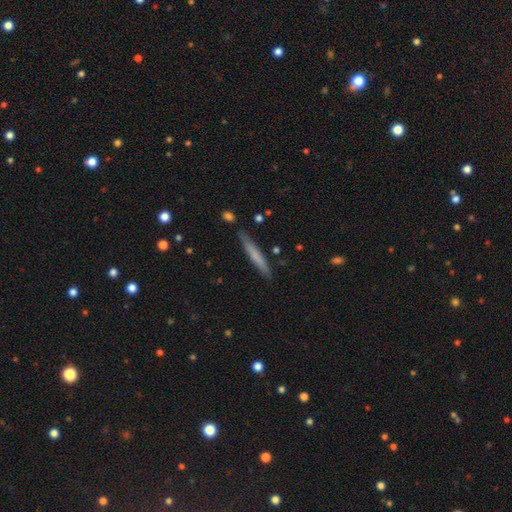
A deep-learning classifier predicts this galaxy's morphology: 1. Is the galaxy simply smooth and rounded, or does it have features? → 63% smooth, 31% featured or disk, 6% star or artifact.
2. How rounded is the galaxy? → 95% cigar-shaped, 3% in between, 1% round.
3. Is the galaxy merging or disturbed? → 86% none, 10% minor disturbance, 2% merger, 2% major disturbance.